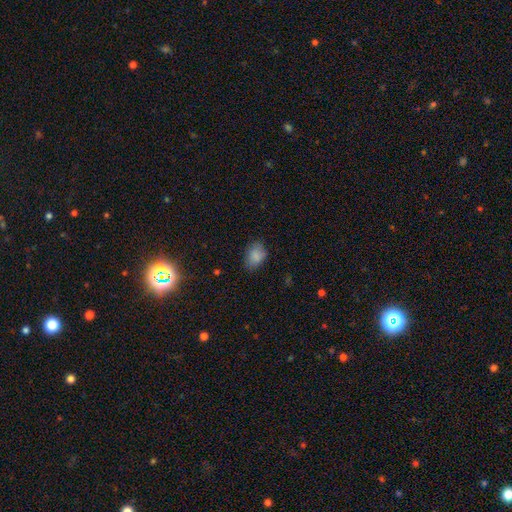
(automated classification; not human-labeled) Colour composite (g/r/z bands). It shows a smooth galaxy with no disk features (85%) that is in between round and cigar-shaped (80%). Merging: none (73%).